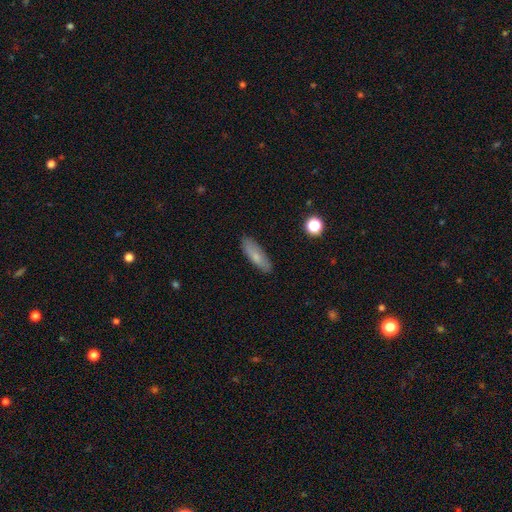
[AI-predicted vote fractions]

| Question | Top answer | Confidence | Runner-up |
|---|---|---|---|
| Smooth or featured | smooth | 71% | featured or disk (22%) |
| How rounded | cigar-shaped | 53% | in between (44%) |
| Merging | none | 86% | minor disturbance (10%) |